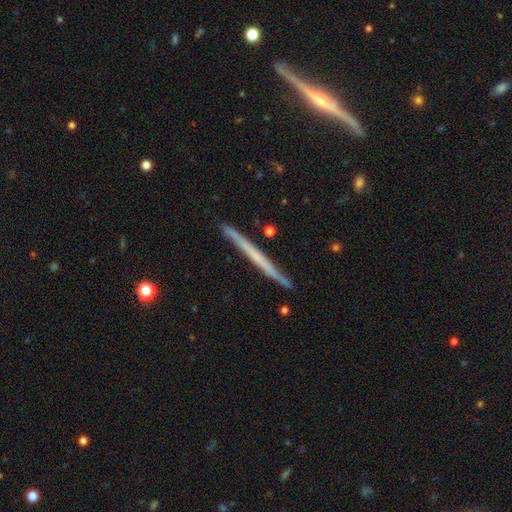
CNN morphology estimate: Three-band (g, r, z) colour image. It shows a featured or disk galaxy (59%) viewed edge-on (97%) with no central bulge (86%). Merging: none (87%).